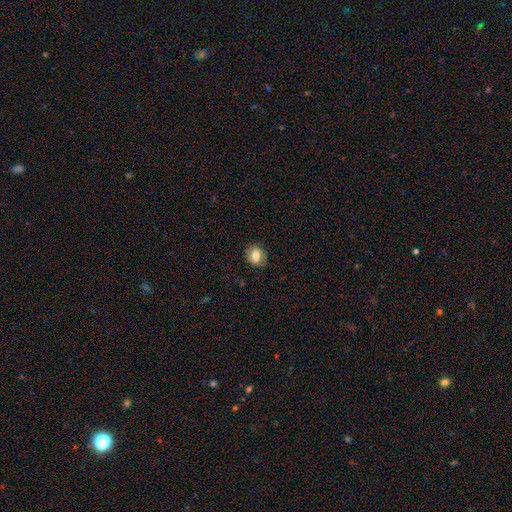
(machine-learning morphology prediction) Smooth or featured?
  - smooth: 79% *
  - featured or disk: 12%
  - star or artifact: 9%
How rounded?
  - round: 62% *
  - in between: 37%
  - cigar-shaped: 1%
Merging?
  - none: 87% *
  - minor disturbance: 9%
  - major disturbance: 2%
  - merger: 1%